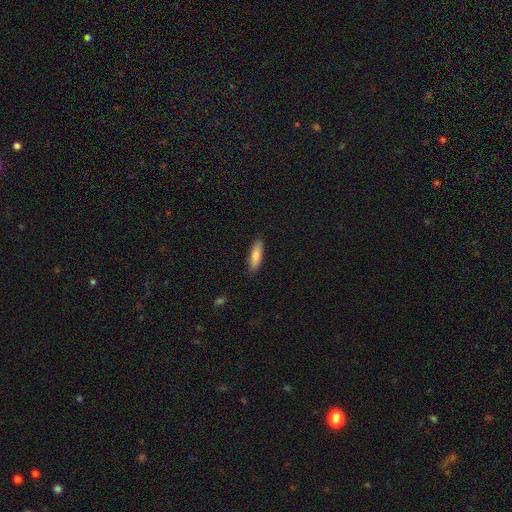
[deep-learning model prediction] smooth-or-featured: smooth: 83% | featured or disk: 11% | star or artifact: 6%
  how-rounded: cigar-shaped: 58% | in between: 40% | round: 2%
  merging: none: 87% | minor disturbance: 10% | major disturbance: 2% | merger: 1%